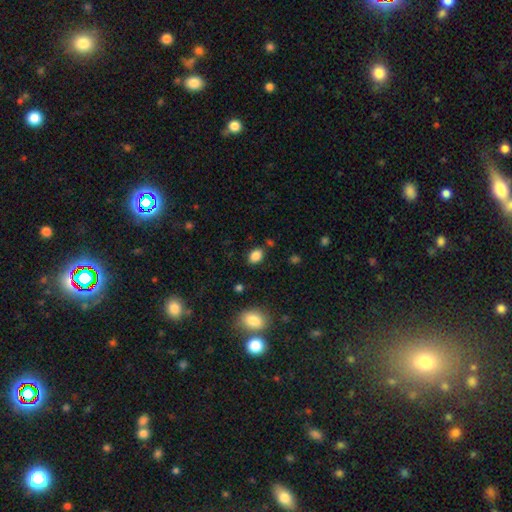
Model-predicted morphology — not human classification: Smooth or featured?
  - smooth: 86% *
  - star or artifact: 10%
  - featured or disk: 4%
How rounded?
  - in between: 73% *
  - round: 26%
  - cigar-shaped: 1%
Merging?
  - none: 82% *
  - minor disturbance: 12%
  - major disturbance: 3%
  - merger: 3%